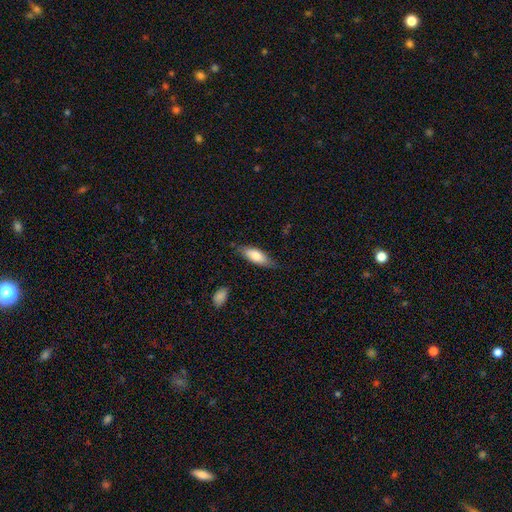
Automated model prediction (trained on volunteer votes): This appears to be a smooth galaxy with no disk features (77%) that is in between round and cigar-shaped (71%). Merging: none (74%).